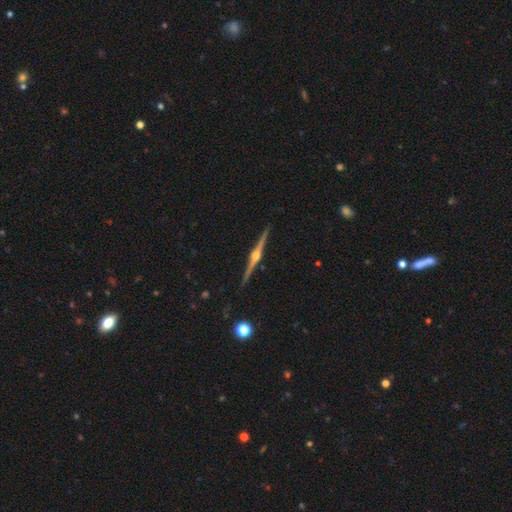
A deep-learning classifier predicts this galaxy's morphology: Q: Smooth or featured?
A: featured or disk (89%); runner-up: smooth (6%)
Q: Edge-on disk?
A: yes (99%); runner-up: no (1%)
Q: Edge-on bulge?
A: rounded (96%); runner-up: boxy (3%)
Q: Merging?
A: none (91%); runner-up: minor disturbance (7%)